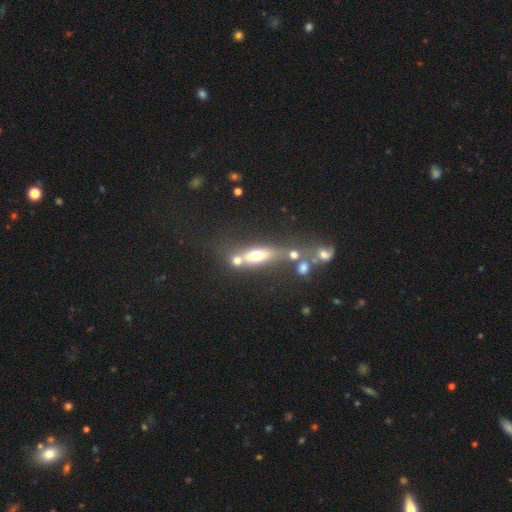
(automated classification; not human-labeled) smooth_or_featured: smooth (p=0.53) [alt: featured or disk p=0.33]
how_rounded: in between (p=0.47) [alt: cigar-shaped p=0.39]
merging: merger (p=0.39) [alt: none p=0.38]